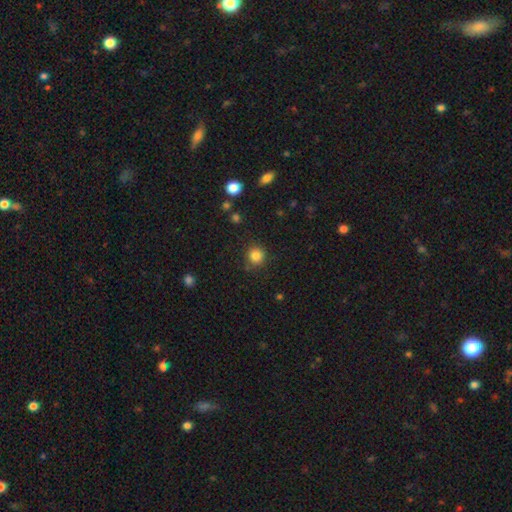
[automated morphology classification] type=smooth (84%); roundness=round (92%); merging=none (86%).